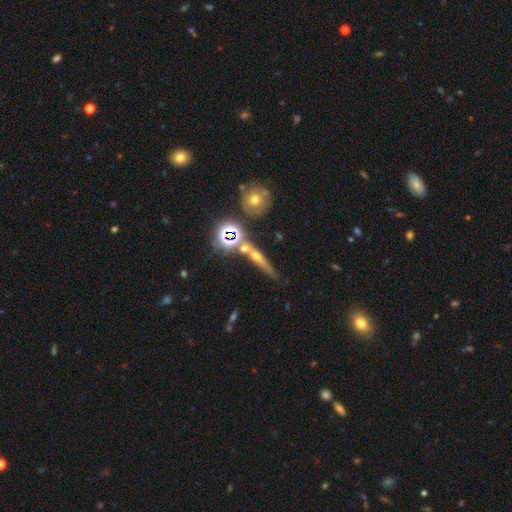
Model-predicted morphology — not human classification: featured or disk 43%, smooth 32%, star or artifact 26%. Down the decision tree: merging — none (68%).